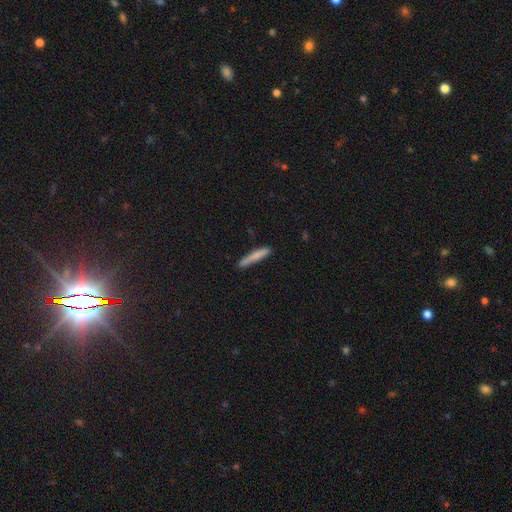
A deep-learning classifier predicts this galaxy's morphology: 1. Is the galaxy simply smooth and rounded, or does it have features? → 76% smooth, 18% featured or disk, 6% star or artifact.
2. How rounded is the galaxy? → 93% cigar-shaped, 5% in between, 1% round.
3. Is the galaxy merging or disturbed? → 80% none, 15% minor disturbance, 3% major disturbance, 2% merger.